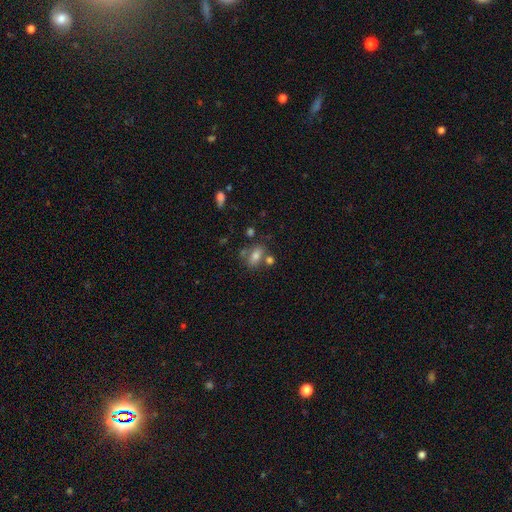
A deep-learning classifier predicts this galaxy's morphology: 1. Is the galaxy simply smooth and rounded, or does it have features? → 71% smooth, 17% featured or disk, 12% star or artifact.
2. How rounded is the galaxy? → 79% in between, 16% round, 5% cigar-shaped.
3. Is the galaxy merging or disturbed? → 60% none, 20% merger, 15% minor disturbance, 6% major disturbance.